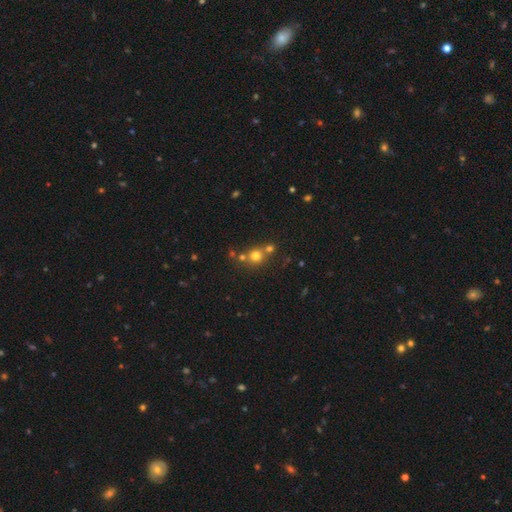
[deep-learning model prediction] A smooth galaxy with no disk features (71%) that is round (86%).

Vote fractions:
- Smooth or featured? smooth: 71% / star or artifact: 18% / featured or disk: 11%
- How rounded? round: 86% / in between: 13% / cigar-shaped: 1%
- Merging? none: 59% / merger: 29% / minor disturbance: 8% / major disturbance: 3%